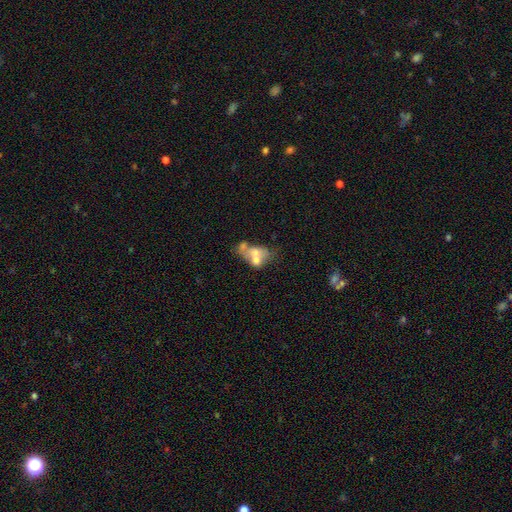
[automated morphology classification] smooth_or_featured: smooth (p=0.46) [alt: featured or disk p=0.43]
merging: merger (p=0.64) [alt: none p=0.17]